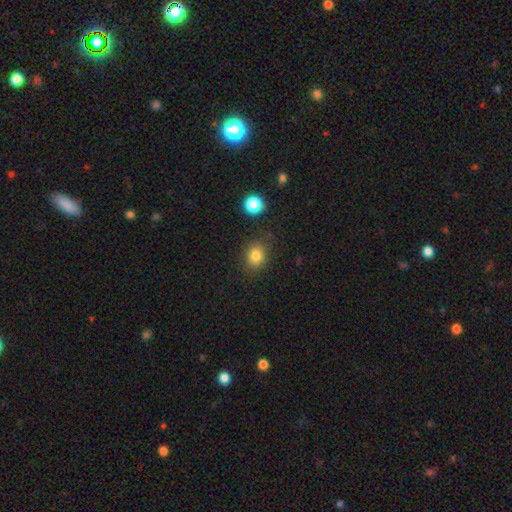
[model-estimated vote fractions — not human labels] smooth_or_featured: smooth (p=0.81) [alt: star or artifact p=0.12]
how_rounded: round (p=0.63) [alt: in between p=0.36]
merging: none (p=0.80) [alt: minor disturbance p=0.12]